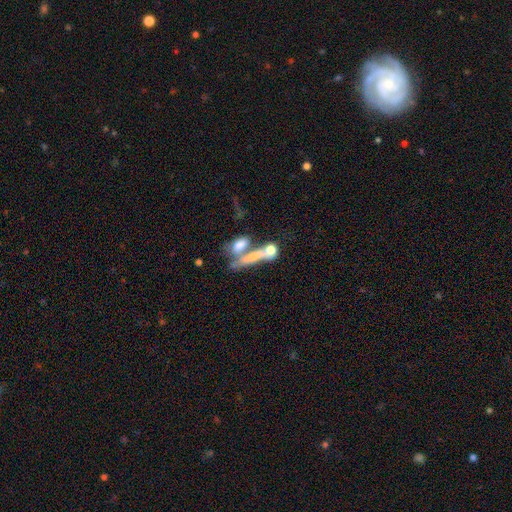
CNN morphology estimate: type=smooth (55%); roundness=cigar-shaped (50%); merging=merger (49%).